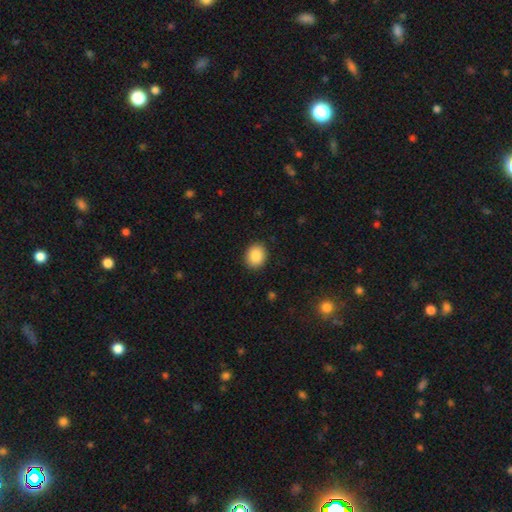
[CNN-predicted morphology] Smooth or featured?
  - smooth: 88% *
  - star or artifact: 8%
  - featured or disk: 4%
How rounded?
  - round: 57% *
  - in between: 42%
  - cigar-shaped: 1%
Merging?
  - none: 90% *
  - minor disturbance: 7%
  - major disturbance: 2%
  - merger: 1%